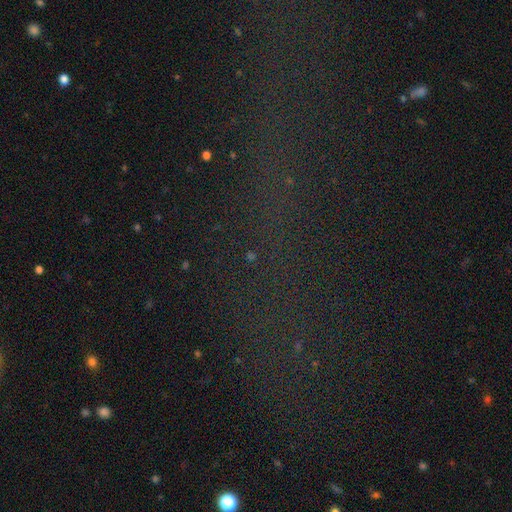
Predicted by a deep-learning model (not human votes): Smooth or featured: star or artifact — 68% (smooth — 17%)